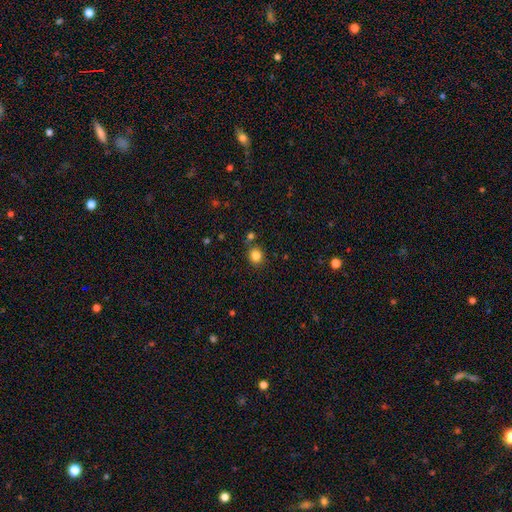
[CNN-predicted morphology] A smooth galaxy with no disk features (82%) that is round (79%).

Vote fractions:
- Smooth or featured? smooth: 82% / star or artifact: 12% / featured or disk: 6%
- How rounded? round: 79% / in between: 21% / cigar-shaped: 1%
- Merging? none: 79% / minor disturbance: 10% / merger: 8% / major disturbance: 3%